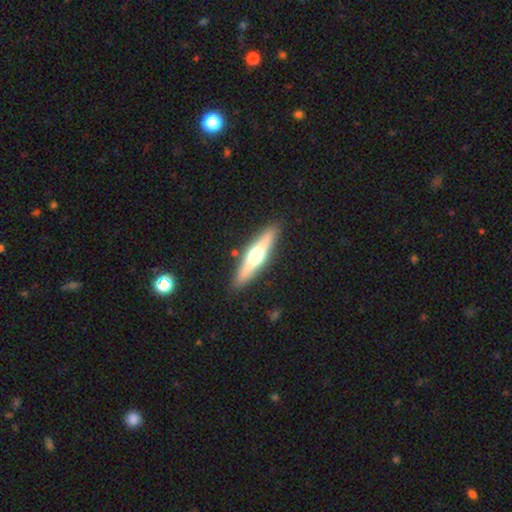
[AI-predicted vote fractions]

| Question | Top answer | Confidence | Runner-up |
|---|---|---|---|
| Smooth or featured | featured or disk | 64% | smooth (30%) |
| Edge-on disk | yes | 95% | no (5%) |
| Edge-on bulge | rounded | 95% | boxy (3%) |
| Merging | none | 89% | minor disturbance (7%) |